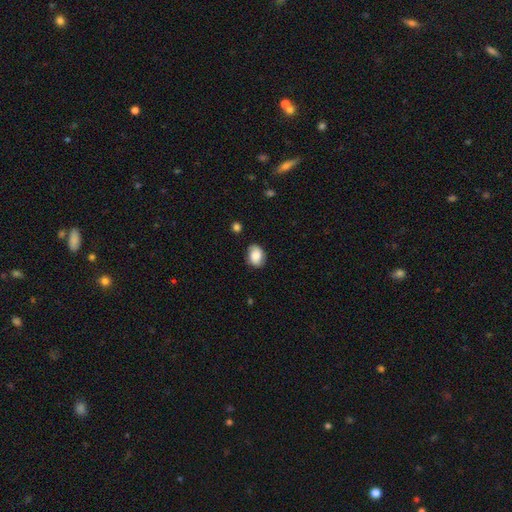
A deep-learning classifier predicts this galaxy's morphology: smooth 76%, featured or disk 16%, star or artifact 8%. Down the decision tree: how rounded — in between (69%); merging — none (72%).